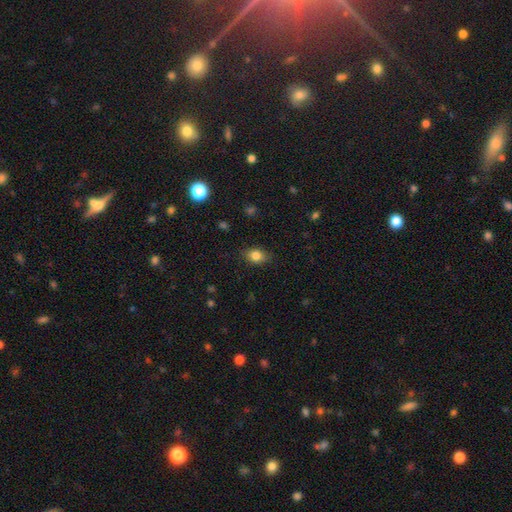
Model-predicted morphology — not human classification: This appears to be a smooth galaxy with no disk features (83%) that is in between round and cigar-shaped (70%). Merging: none (83%).